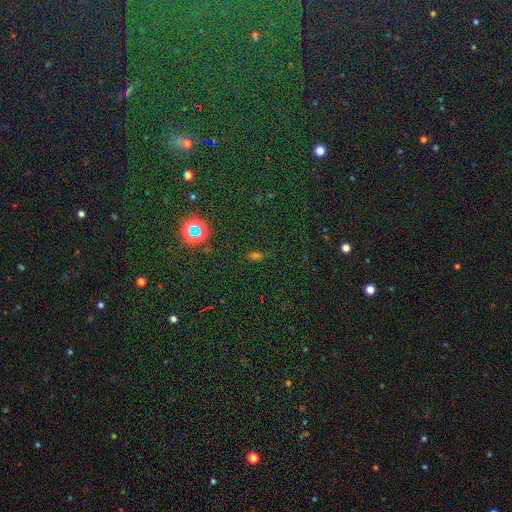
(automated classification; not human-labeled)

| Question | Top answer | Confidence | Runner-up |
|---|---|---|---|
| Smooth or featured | star or artifact | 47% | smooth (42%) |